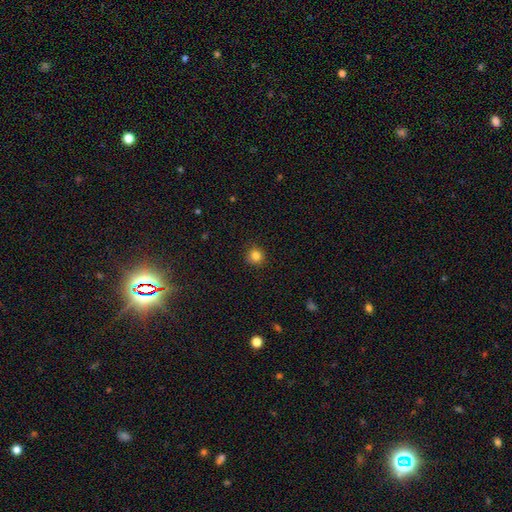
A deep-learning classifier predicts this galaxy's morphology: smooth_or_featured: smooth (p=0.83) [alt: star or artifact p=0.12]
how_rounded: round (p=0.92) [alt: in between p=0.07]
merging: none (p=0.89) [alt: minor disturbance p=0.08]